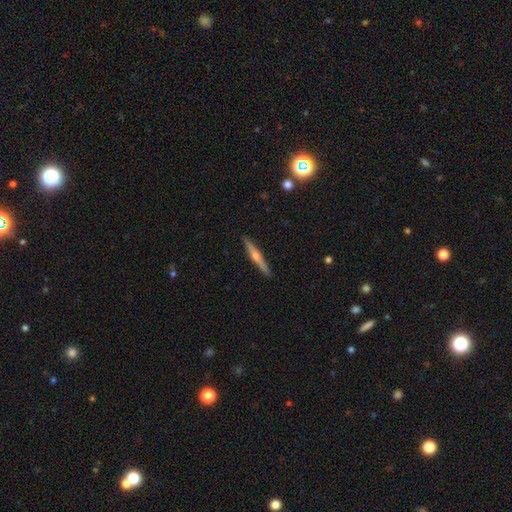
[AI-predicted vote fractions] Smooth or featured? Predicted: featured or disk (p=0.70). Edge-on disk? Predicted: yes (p=0.98). Edge-on bulge? Predicted: rounded (p=0.84). Merging? Predicted: none (p=0.91).